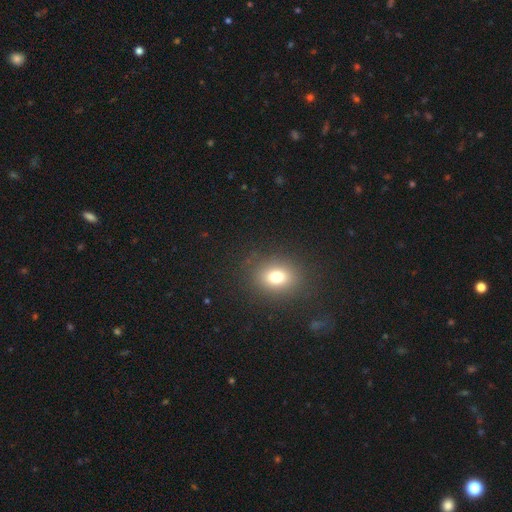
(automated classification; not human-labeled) A smooth galaxy with no disk features (68%) that is round (55%). Merging: none (91%).